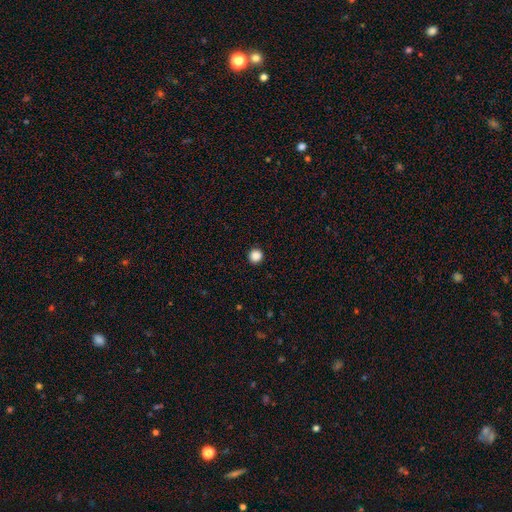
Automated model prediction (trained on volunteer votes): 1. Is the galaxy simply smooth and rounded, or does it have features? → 87% smooth, 11% star or artifact, 2% featured or disk.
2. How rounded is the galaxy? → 95% round, 4% in between, 1% cigar-shaped.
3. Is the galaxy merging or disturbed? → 93% none, 4% minor disturbance, 2% major disturbance, 1% merger.